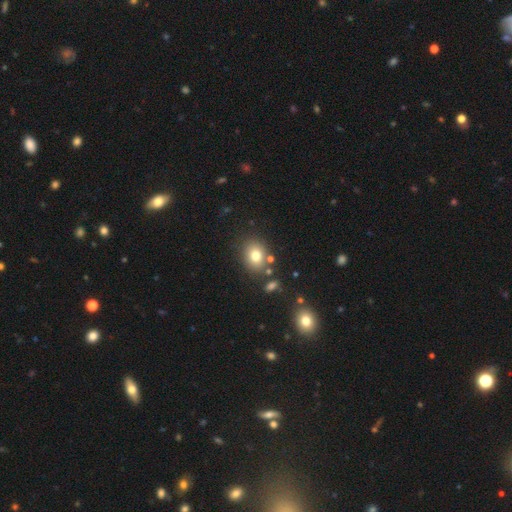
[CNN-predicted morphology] type=smooth (78%); roundness=round (50%); merging=none (78%).